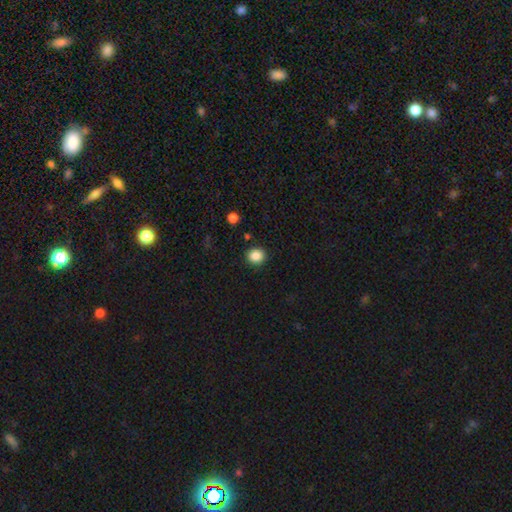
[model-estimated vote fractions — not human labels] A smooth galaxy with no disk features (87%) that is round (80%). Merging: none (89%).